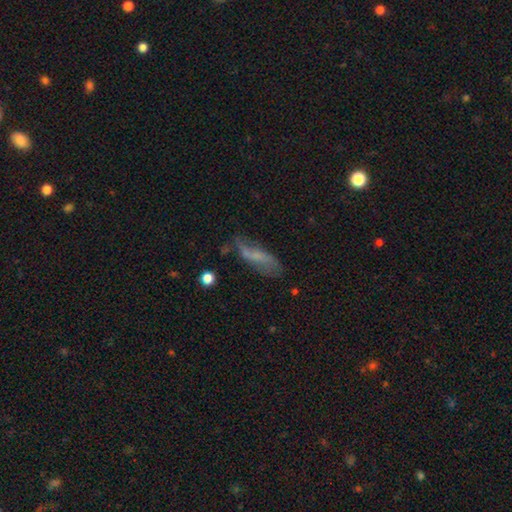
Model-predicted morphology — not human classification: This is possibly a smooth galaxy (49%). Merging: possibly none (48%).